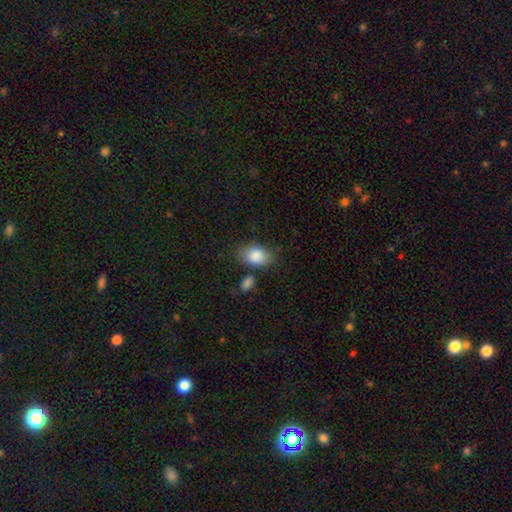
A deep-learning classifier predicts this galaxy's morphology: The model was most divided on "merging": none: 66%, minor disturbance: 19%, merger: 9%, major disturbance: 6%. More confident: smooth or featured — smooth (86%); how rounded — in between (84%).